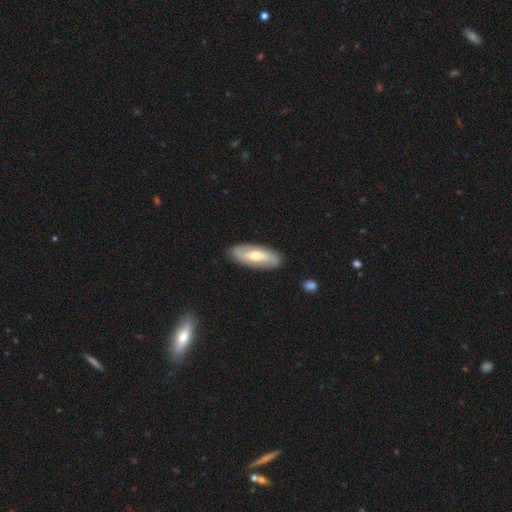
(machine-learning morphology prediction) The model was most divided on "bar": weak: 39%, no: 32%, strong: 29%. More confident: edge-on disk — no (87%); merging — none (87%); spiral arms — yes (74%); bulge size — moderate (65%); smooth or featured — featured or disk (64%).